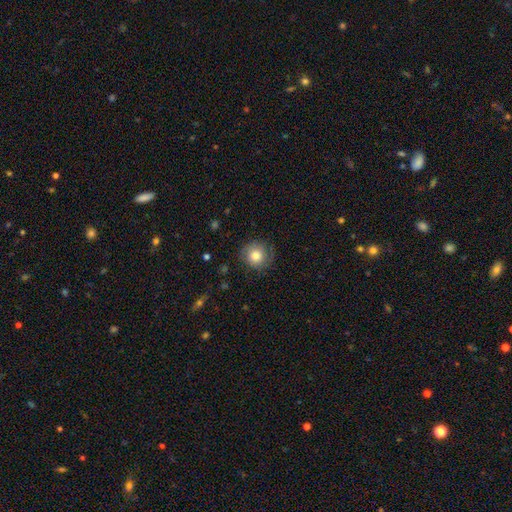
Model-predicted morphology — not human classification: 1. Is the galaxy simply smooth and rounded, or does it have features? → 75% smooth, 15% featured or disk, 9% star or artifact.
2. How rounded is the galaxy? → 91% round, 8% in between, 1% cigar-shaped.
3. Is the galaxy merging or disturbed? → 79% none, 15% minor disturbance, 5% major disturbance, 1% merger.